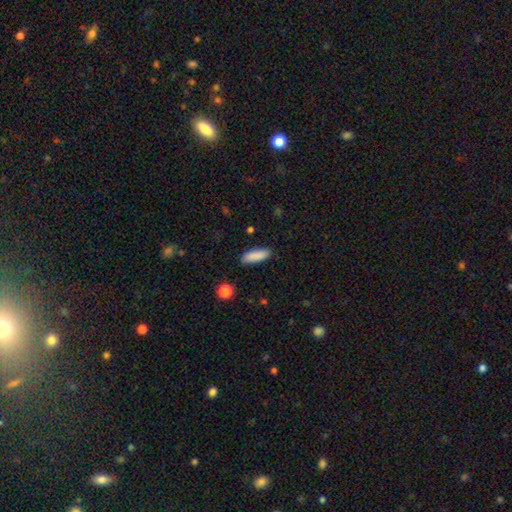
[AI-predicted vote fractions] This appears to be a smooth galaxy with no disk features (89%) that is in between round and cigar-shaped (63%). Merging: none (87%).